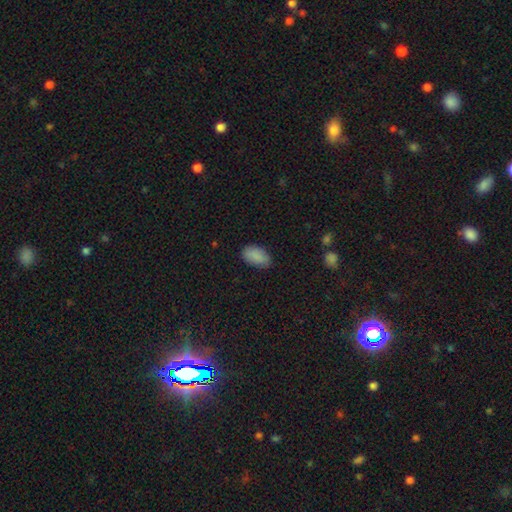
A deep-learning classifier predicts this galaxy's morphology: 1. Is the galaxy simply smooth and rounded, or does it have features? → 88% smooth, 7% star or artifact, 5% featured or disk.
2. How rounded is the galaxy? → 93% in between, 5% round, 2% cigar-shaped.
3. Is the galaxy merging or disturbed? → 79% none, 16% minor disturbance, 3% major disturbance, 1% merger.